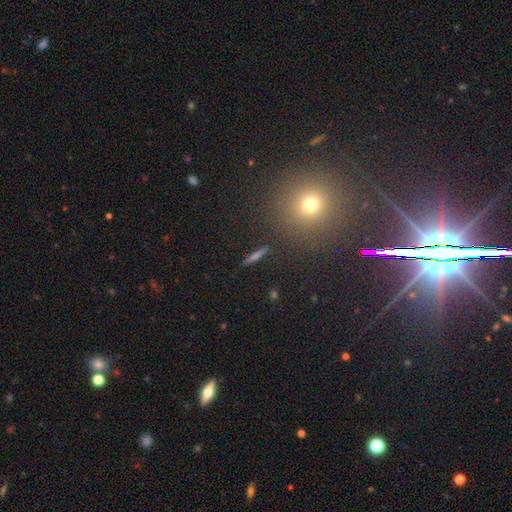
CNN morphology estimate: smooth-or-featured: smooth: 45% | featured or disk: 29% | star or artifact: 27%
  merging: none: 91% | minor disturbance: 5% | major disturbance: 2% | merger: 2%